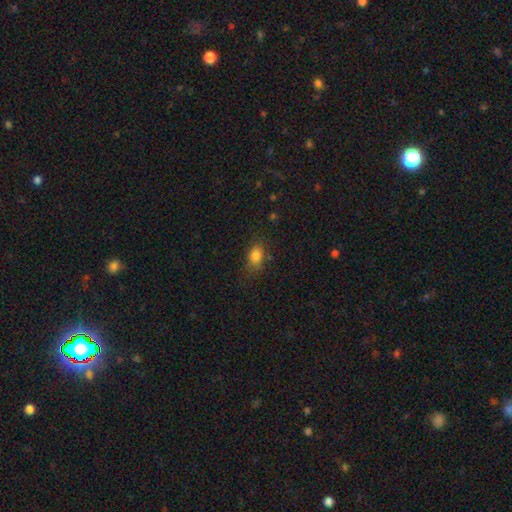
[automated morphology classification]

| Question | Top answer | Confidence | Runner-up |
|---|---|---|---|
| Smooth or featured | smooth | 81% | star or artifact (11%) |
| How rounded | in between | 75% | round (22%) |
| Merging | none | 73% | minor disturbance (19%) |